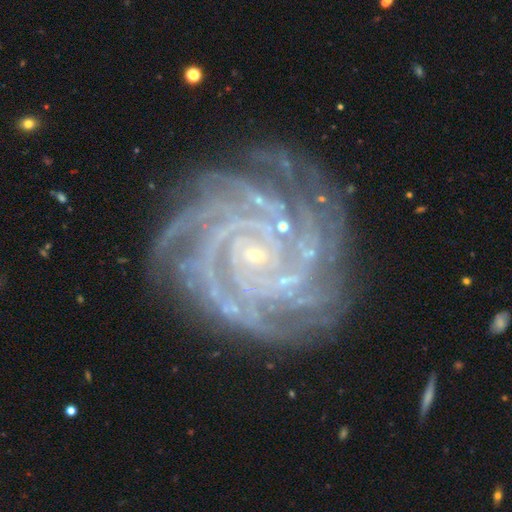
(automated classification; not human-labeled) Smooth or featured?
  - featured or disk: 92% *
  - star or artifact: 5%
  - smooth: 3%
Edge-on disk?
  - no: 98% *
  - yes: 2%
Bar?
  - no: 67% *
  - weak: 21%
  - strong: 12%
Spiral arms?
  - yes: 99% *
  - no: 1%
Spiral winding?
  - tight: 83% *
  - medium: 15%
  - loose: 2%
Spiral arm count?
  - more than 4: 34% *
  - 4: 27%
  - 3: 11%
  - can't tell: 11%
  - 2: 8%
  - 1: 8%
Bulge size?
  - small: 87% *
  - moderate: 7%
  - none: 3%
  - large: 1%
  - dominant: 1%
Merging?
  - none: 79% *
  - minor disturbance: 14%
  - major disturbance: 5%
  - merger: 2%